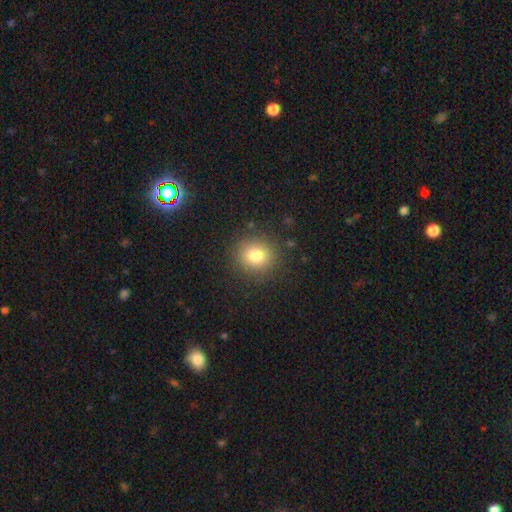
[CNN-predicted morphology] Smooth or featured: smooth — 78% (star or artifact — 13%)
How rounded: round — 88% (in between — 11%)
Merging: none — 88% (minor disturbance — 8%)